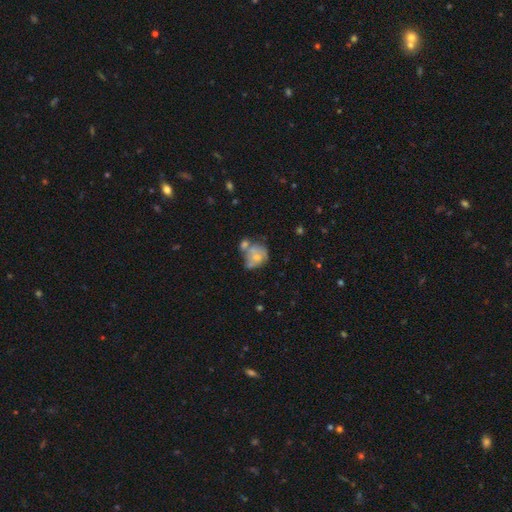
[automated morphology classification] Smooth or featured: smooth — 49% (featured or disk — 43%)
Merging: merger — 38% (none — 26%)